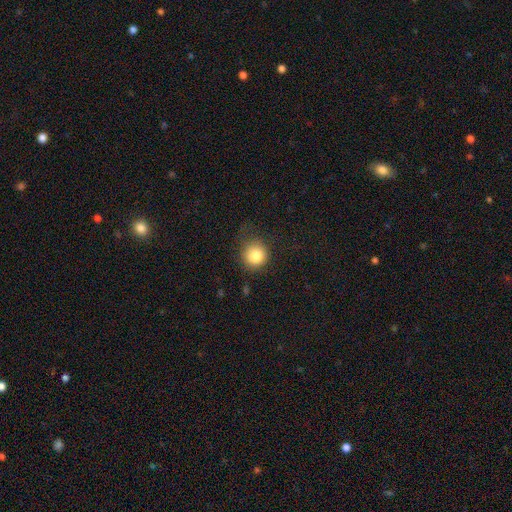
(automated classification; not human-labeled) Q: Smooth or featured?
A: smooth (83%); runner-up: star or artifact (10%)
Q: How rounded?
A: round (89%); runner-up: in between (10%)
Q: Merging?
A: none (70%); runner-up: minor disturbance (20%)